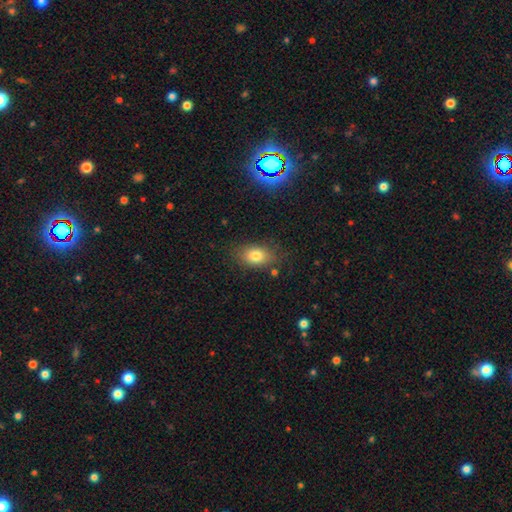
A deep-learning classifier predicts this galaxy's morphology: A smooth galaxy with no disk features (79%) that is in between round and cigar-shaped (81%).

Vote fractions:
- Smooth or featured? smooth: 79% / featured or disk: 11% / star or artifact: 10%
- How rounded? in between: 81% / round: 17% / cigar-shaped: 2%
- Merging? none: 79% / minor disturbance: 14% / major disturbance: 4% / merger: 3%